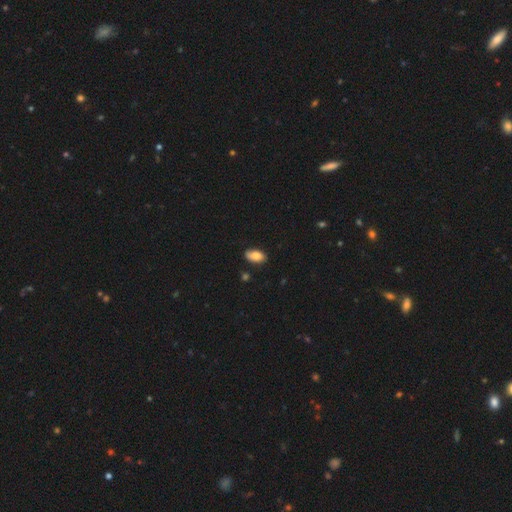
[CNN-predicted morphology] Smooth or featured? smooth (81%)
How rounded? in between (93%)
Merging? none (81%)